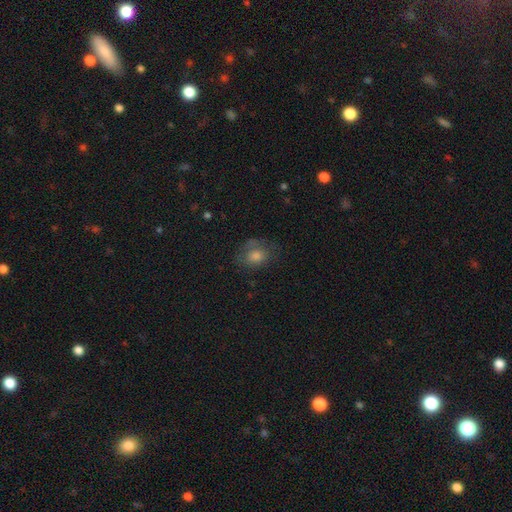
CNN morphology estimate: This is likely a smooth galaxy (63%). How rounded: possibly in between (52%). Merging: likely none (62%).